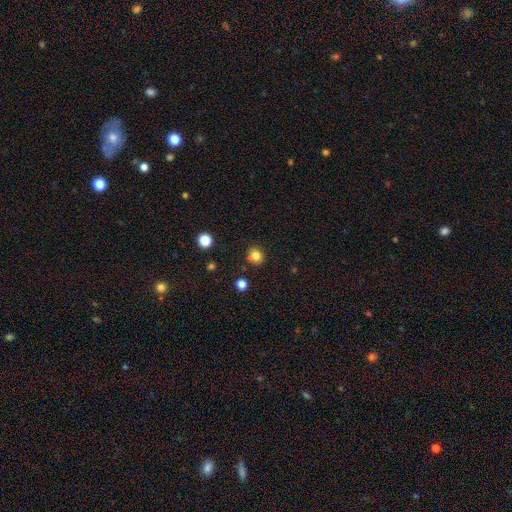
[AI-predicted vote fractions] Overall: smooth (80%). How rounded: round (87%). Merging: none (79%).